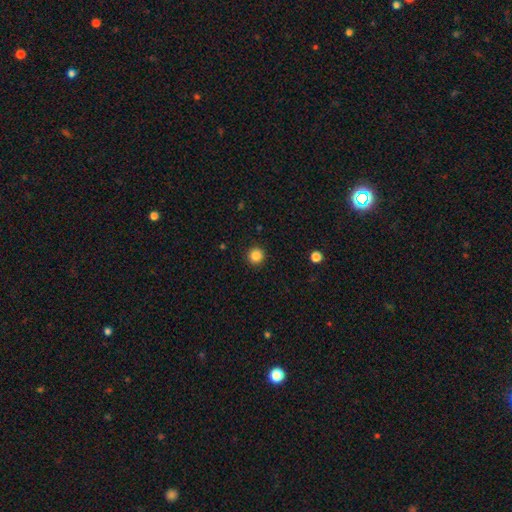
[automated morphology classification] smooth_or_featured: smooth (p=0.86) [alt: star or artifact p=0.11]
how_rounded: round (p=0.96) [alt: in between p=0.04]
merging: none (p=0.93) [alt: minor disturbance p=0.05]